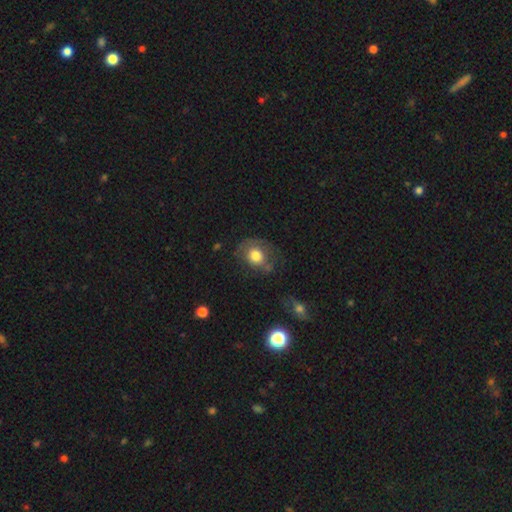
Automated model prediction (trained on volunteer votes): Smooth or featured: smooth — 68% (featured or disk — 23%)
How rounded: round — 66% (in between — 33%)
Merging: none — 55% (minor disturbance — 26%)